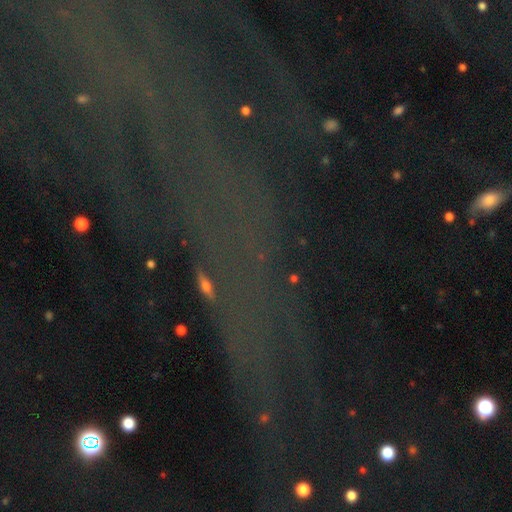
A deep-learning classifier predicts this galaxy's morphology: smooth-or-featured: star or artifact: 73% | featured or disk: 15% | smooth: 11%